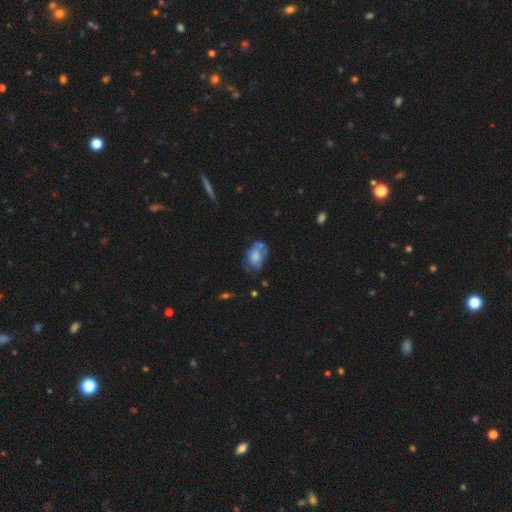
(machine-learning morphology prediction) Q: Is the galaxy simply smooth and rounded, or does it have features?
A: smooth — 60%.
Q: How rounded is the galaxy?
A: in between — 77%.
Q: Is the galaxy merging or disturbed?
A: none — 36%.